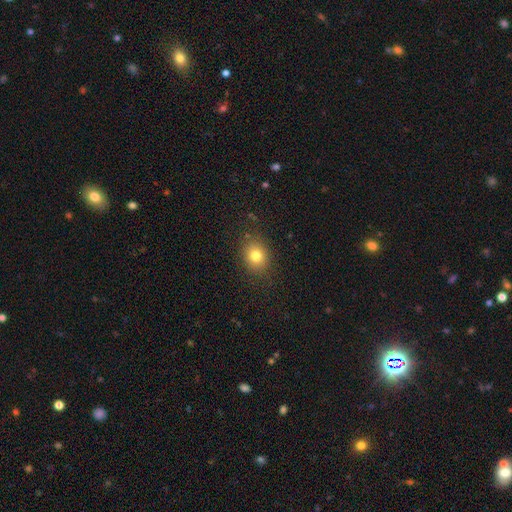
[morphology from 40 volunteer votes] Smooth or featured? 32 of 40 (80%) said smooth. How rounded? 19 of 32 (59%) said round. Merging? 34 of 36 (94%) said none.